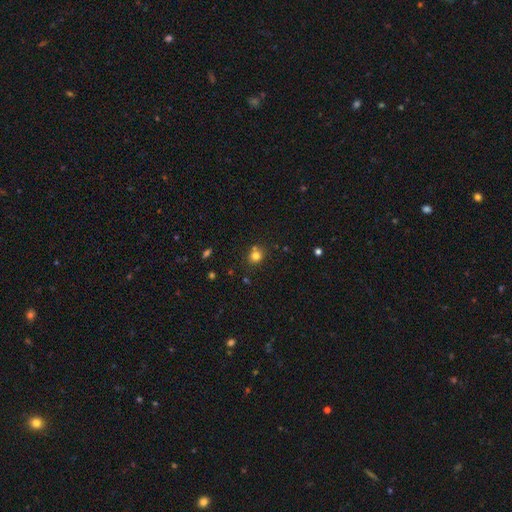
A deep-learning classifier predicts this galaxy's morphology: A smooth galaxy with no disk features (77%) that is round (82%). Merging: none (69%).